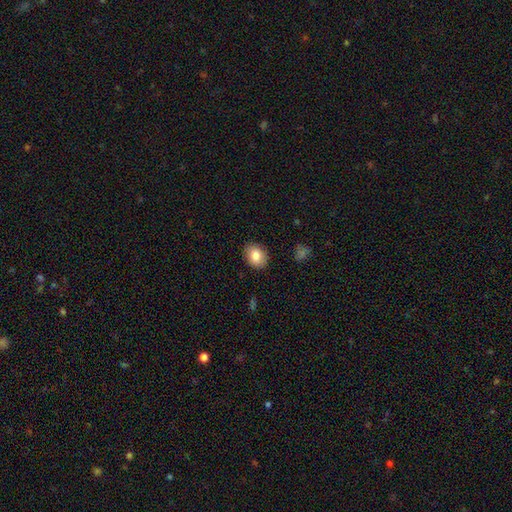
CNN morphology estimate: smooth 84%, featured or disk 8%, star or artifact 7%. Down the decision tree: how rounded — in between (68%); merging — none (88%).